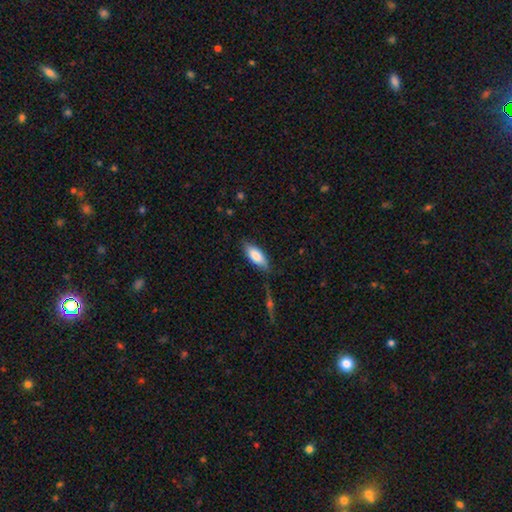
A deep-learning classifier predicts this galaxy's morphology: Overall: smooth (79%). How rounded: in between (76%). Merging: none (78%).